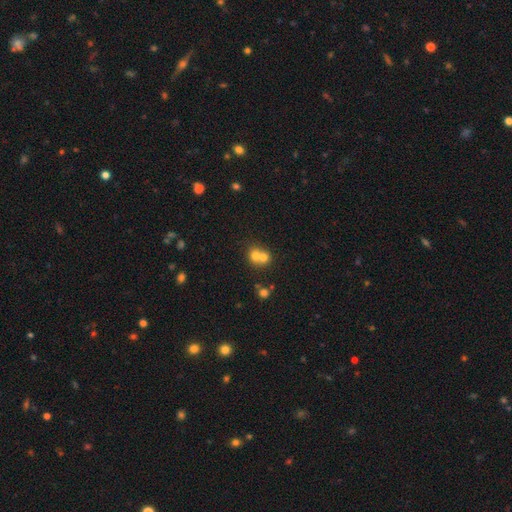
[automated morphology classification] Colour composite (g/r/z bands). It shows a smooth galaxy with no disk features (69%) that is round (75%). Merging: merger (64%).